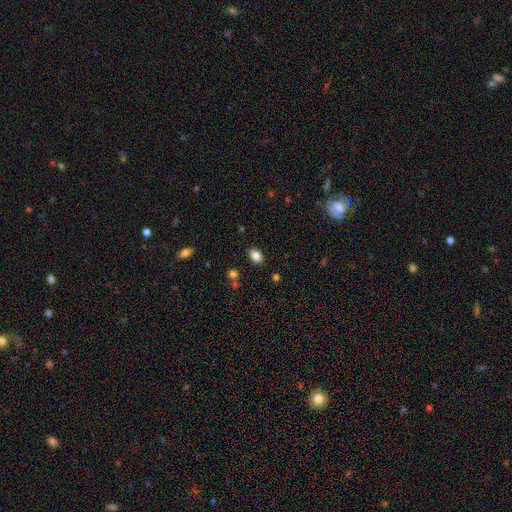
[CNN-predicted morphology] Smooth or featured: smooth — 84% (star or artifact — 10%)
How rounded: in between — 84% (round — 14%)
Merging: none — 86% (minor disturbance — 10%)